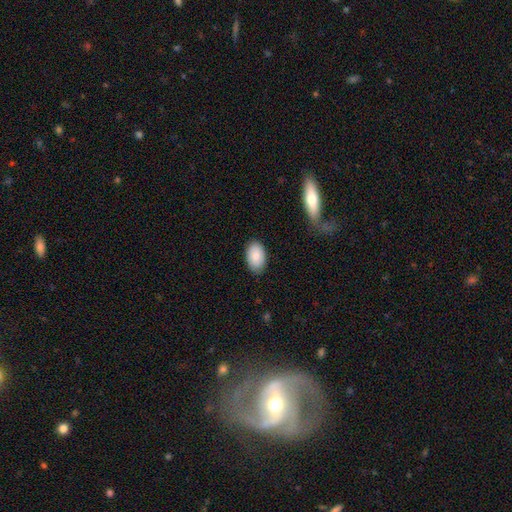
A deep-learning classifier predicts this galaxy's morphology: The model was most divided on "merging": none: 85%, minor disturbance: 11%, major disturbance: 2%, merger: 1%. More confident: how rounded — in between (92%); smooth or featured — smooth (87%).